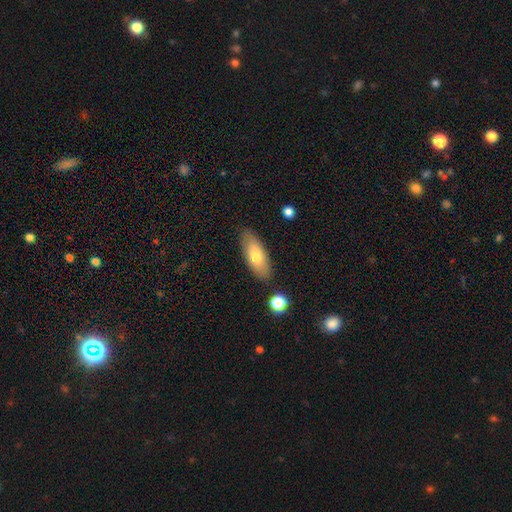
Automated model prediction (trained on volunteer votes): This appears to be a smooth galaxy with no disk features (72%) that is in between round and cigar-shaped (70%). Merging: none (85%).